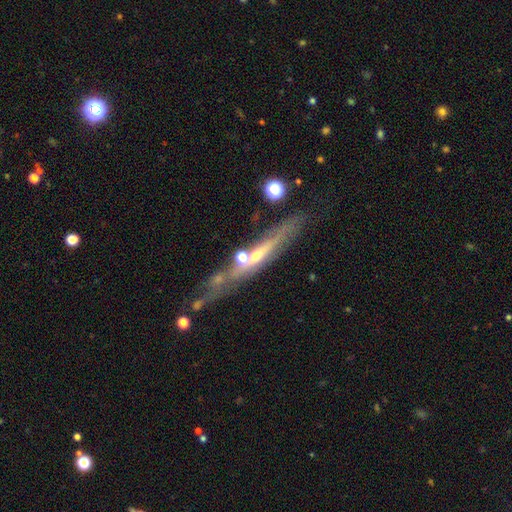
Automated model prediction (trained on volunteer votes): The model was most divided on "edge-on bulge": rounded: 65%, none: 28%, boxy: 8%. More confident: edge-on disk — yes (85%); smooth or featured — featured or disk (69%); merging — none (64%).